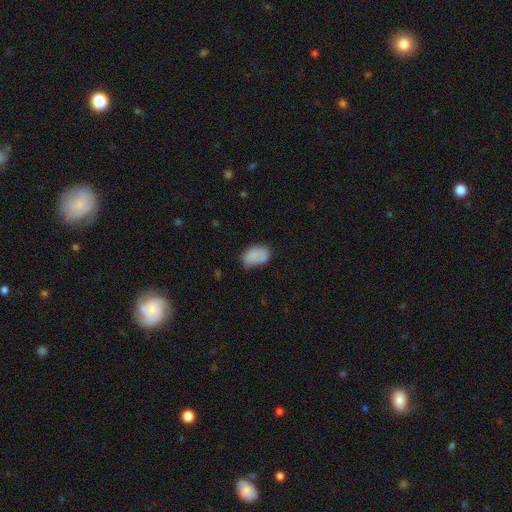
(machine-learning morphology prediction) Smooth or featured: smooth — 83% (featured or disk — 9%)
How rounded: in between — 90% (round — 9%)
Merging: none — 53% (minor disturbance — 33%)